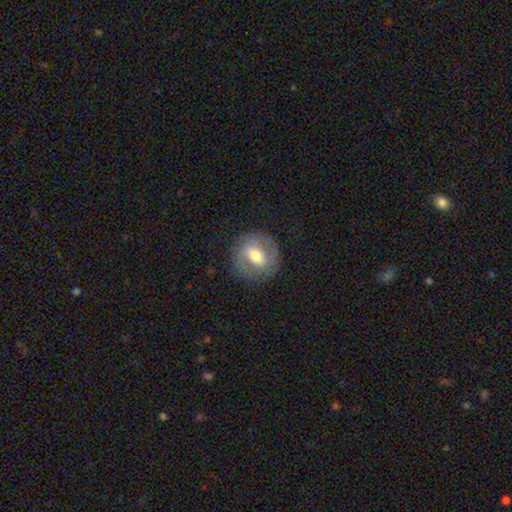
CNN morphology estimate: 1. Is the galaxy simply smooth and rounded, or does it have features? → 58% featured or disk, 35% smooth, 7% star or artifact.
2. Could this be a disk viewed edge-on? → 94% no, 6% yes.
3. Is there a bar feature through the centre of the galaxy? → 43% weak, 34% strong, 23% no.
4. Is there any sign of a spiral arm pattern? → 61% yes, 39% no.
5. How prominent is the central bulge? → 70% moderate, 16% small, 12% large, 1% dominant, 1% none.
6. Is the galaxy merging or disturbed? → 82% none, 12% minor disturbance, 6% major disturbance, 1% merger.